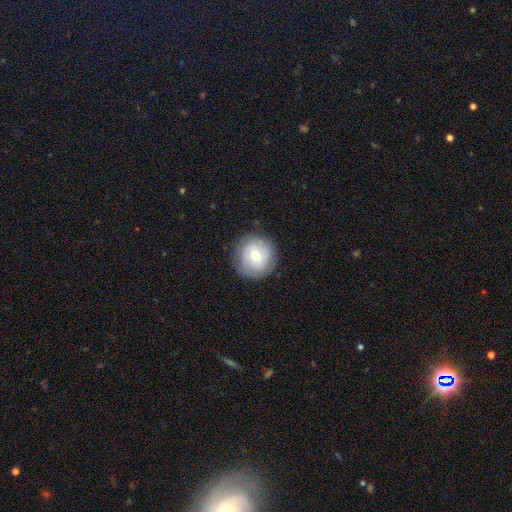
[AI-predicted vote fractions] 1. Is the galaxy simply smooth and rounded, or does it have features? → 59% smooth, 33% featured or disk, 8% star or artifact.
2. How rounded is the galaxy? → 93% round, 6% in between, 1% cigar-shaped.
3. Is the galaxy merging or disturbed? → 85% none, 10% minor disturbance, 3% major disturbance, 1% merger.